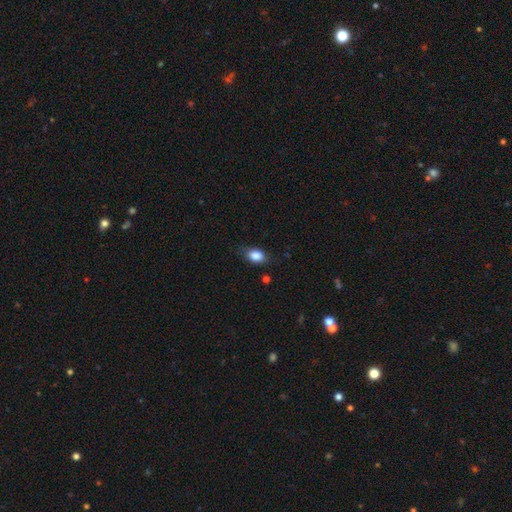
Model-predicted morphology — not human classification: This appears to be a smooth galaxy with no disk features (85%) that is in between round and cigar-shaped (76%). Merging: none (75%).